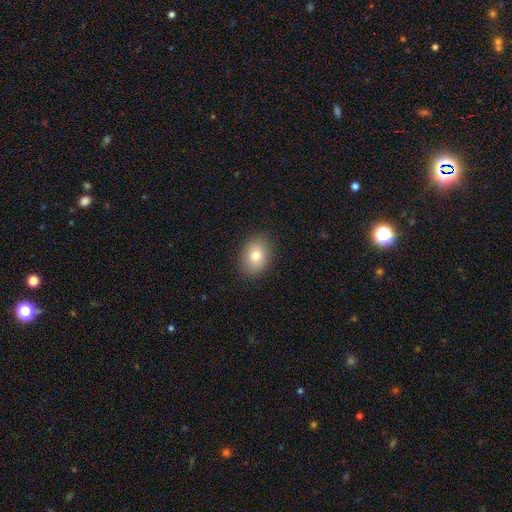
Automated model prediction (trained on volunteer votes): smooth_or_featured: smooth (p=0.81) [alt: featured or disk p=0.10]
how_rounded: in between (p=0.71) [alt: round p=0.28]
merging: none (p=0.87) [alt: minor disturbance p=0.09]